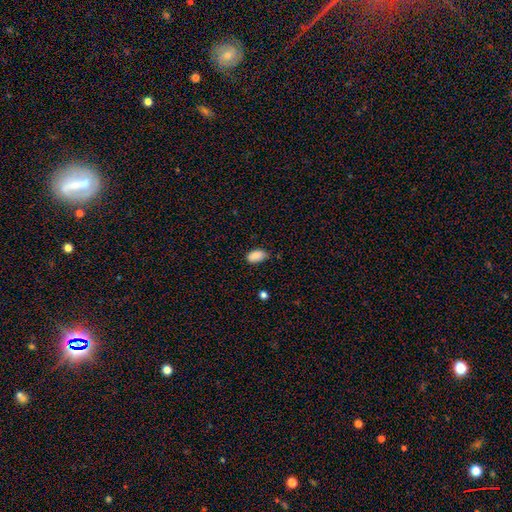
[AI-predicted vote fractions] A smooth galaxy with no disk features (89%) that is in between round and cigar-shaped (93%).

Vote fractions:
- Smooth or featured? smooth: 89% / star or artifact: 8% / featured or disk: 4%
- How rounded? in between: 93% / round: 5% / cigar-shaped: 2%
- Merging? none: 70% / minor disturbance: 25% / major disturbance: 4% / merger: 2%